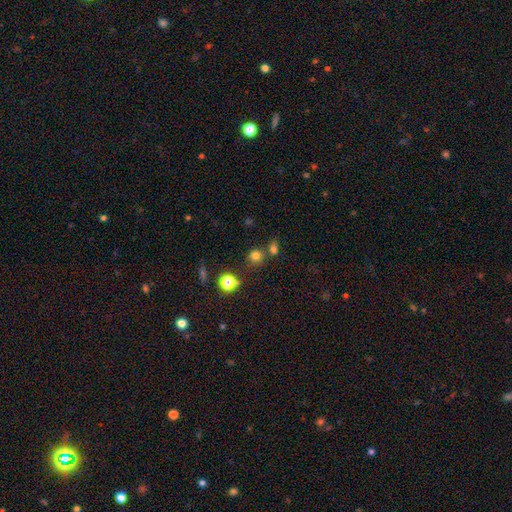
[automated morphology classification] Smooth or featured? smooth (73%)
How rounded? round (86%)
Merging? none (70%)